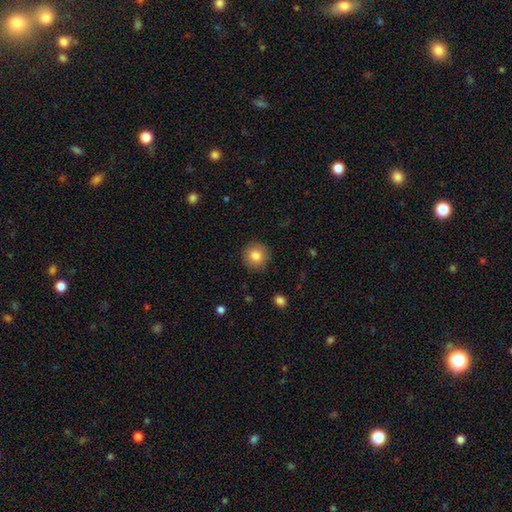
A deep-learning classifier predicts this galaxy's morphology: A smooth galaxy with no disk features (82%) that is round (94%).

Vote fractions:
- Smooth or featured? smooth: 82% / star or artifact: 9% / featured or disk: 9%
- How rounded? round: 94% / in between: 5% / cigar-shaped: 1%
- Merging? none: 90% / minor disturbance: 7% / major disturbance: 2% / merger: 1%